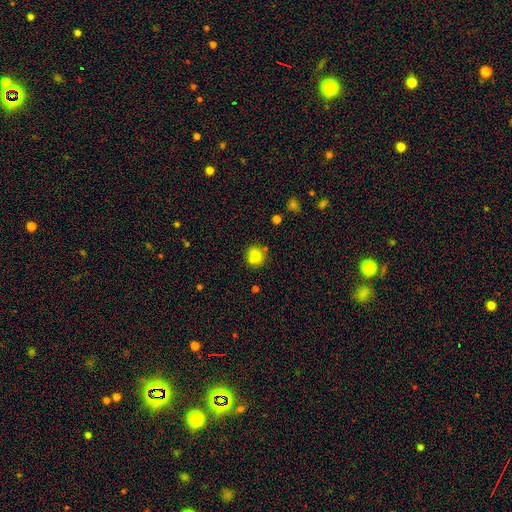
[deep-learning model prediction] A smooth galaxy with no disk features (76%) that is round (84%).

Vote fractions:
- Smooth or featured? smooth: 76% / featured or disk: 13% / star or artifact: 11%
- How rounded? round: 84% / in between: 15% / cigar-shaped: 1%
- Merging? none: 66% / merger: 18% / minor disturbance: 12% / major disturbance: 3%